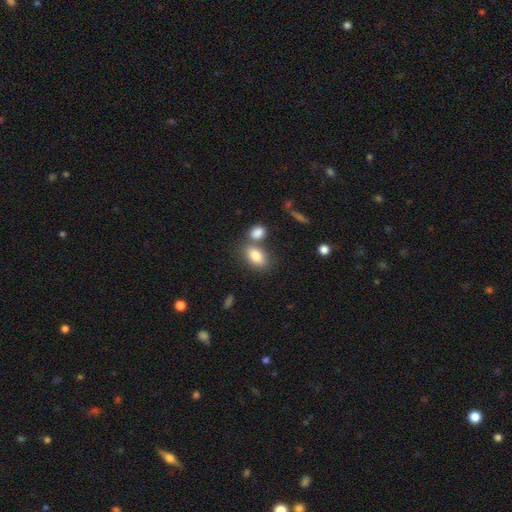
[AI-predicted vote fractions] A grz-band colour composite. It shows a smooth galaxy with no disk features (83%) that is in between round and cigar-shaped (89%). Merging: none (55%).